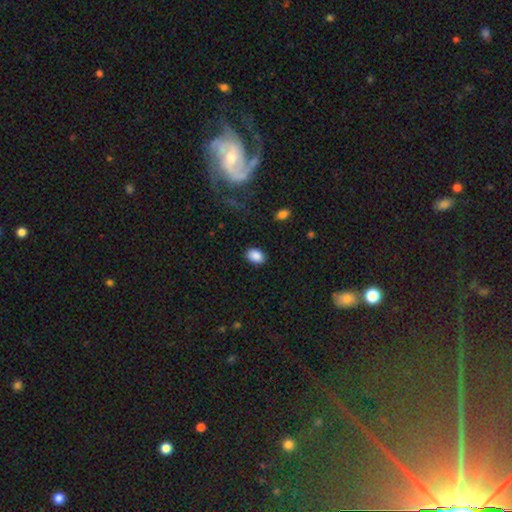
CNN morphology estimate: Smooth or featured: smooth — 88% (star or artifact — 8%)
How rounded: in between — 80% (round — 19%)
Merging: none — 88% (minor disturbance — 9%)